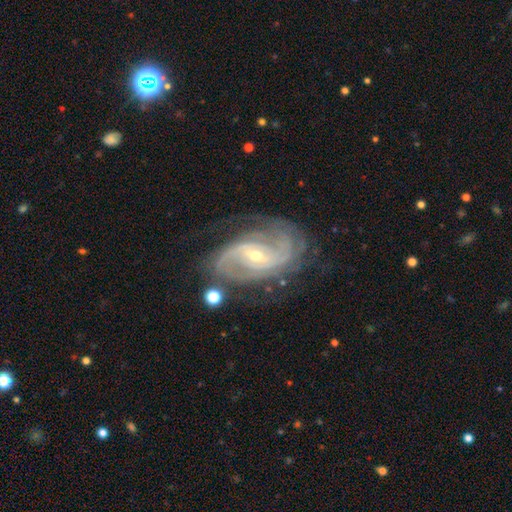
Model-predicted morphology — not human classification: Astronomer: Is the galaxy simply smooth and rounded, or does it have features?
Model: featured or disk — 90%.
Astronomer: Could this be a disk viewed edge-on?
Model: no — 96%.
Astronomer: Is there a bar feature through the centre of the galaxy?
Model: weak — 44% (runner-up: no, 31%).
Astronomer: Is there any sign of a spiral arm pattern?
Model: yes — 97%.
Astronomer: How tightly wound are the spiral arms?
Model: medium — 45% (runner-up: tight, 38%).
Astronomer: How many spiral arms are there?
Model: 2 — 56%.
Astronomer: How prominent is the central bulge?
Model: small — 68%.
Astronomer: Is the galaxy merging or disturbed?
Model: none — 66%.